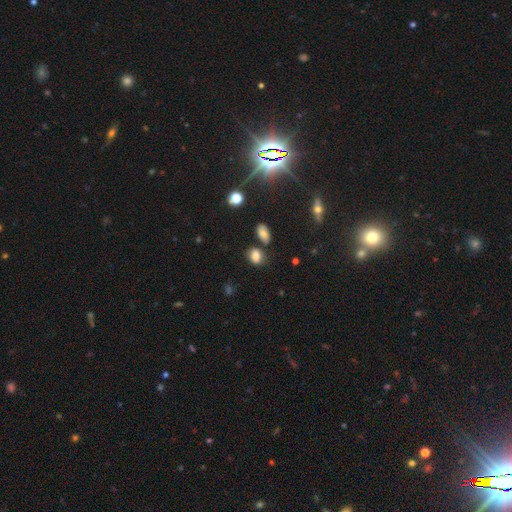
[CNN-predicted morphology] smooth-or-featured: smooth: 78% | star or artifact: 13% | featured or disk: 9%
  how-rounded: in between: 65% | round: 34% | cigar-shaped: 2%
  merging: none: 66% | minor disturbance: 16% | merger: 13% | major disturbance: 5%